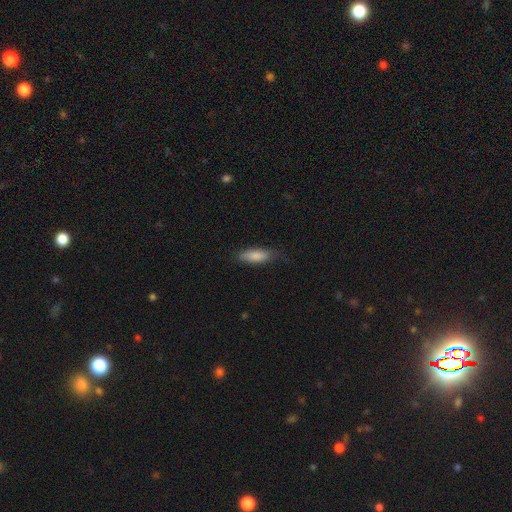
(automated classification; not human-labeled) The model was most divided on "how rounded": in between: 60%, cigar-shaped: 38%, round: 2%. More confident: smooth or featured — smooth (84%); merging — none (75%).